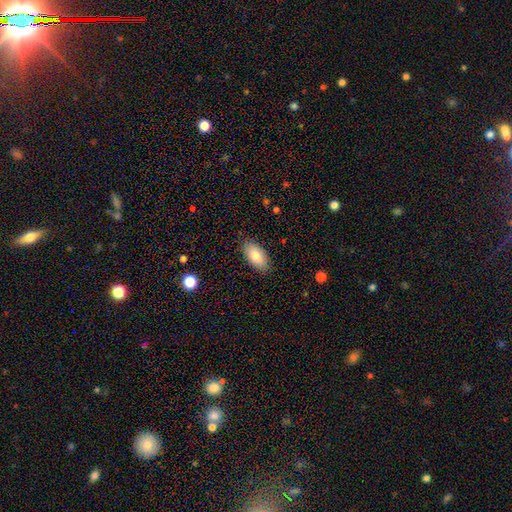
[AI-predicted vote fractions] Q: Smooth or featured?
A: smooth (84%); runner-up: featured or disk (9%)
Q: How rounded?
A: in between (94%); runner-up: cigar-shaped (4%)
Q: Merging?
A: none (86%); runner-up: minor disturbance (10%)